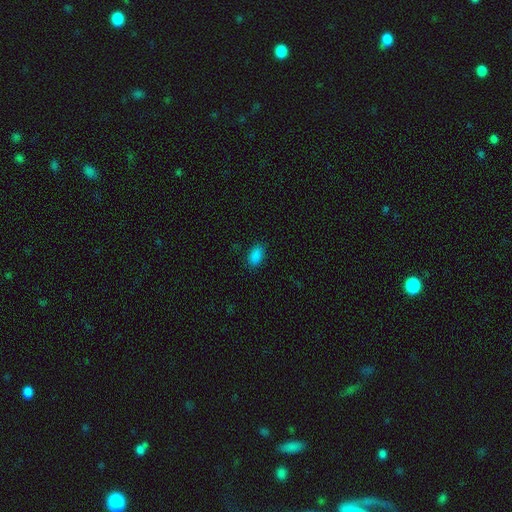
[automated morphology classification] Q: Smooth or featured?
A: smooth (87%); runner-up: star or artifact (10%)
Q: How rounded?
A: in between (92%); runner-up: round (5%)
Q: Merging?
A: none (86%); runner-up: minor disturbance (10%)